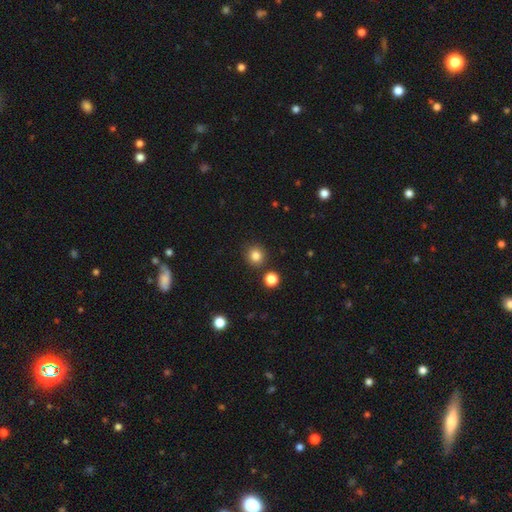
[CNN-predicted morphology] Smooth or featured: smooth — 83% (star or artifact — 12%)
How rounded: round — 92% (in between — 7%)
Merging: none — 87% (minor disturbance — 7%)